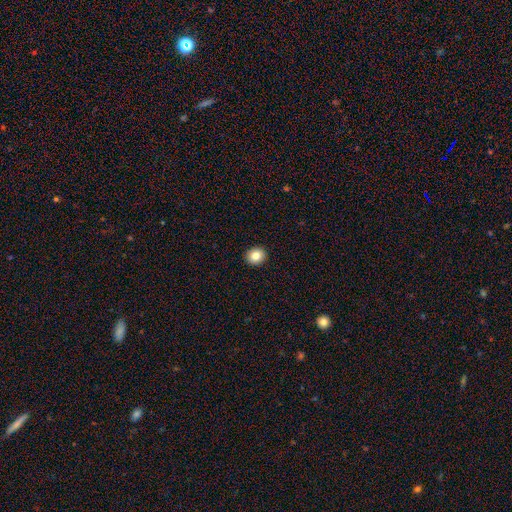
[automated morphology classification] Smooth or featured? smooth (83%)
How rounded? round (83%)
Merging? none (93%)